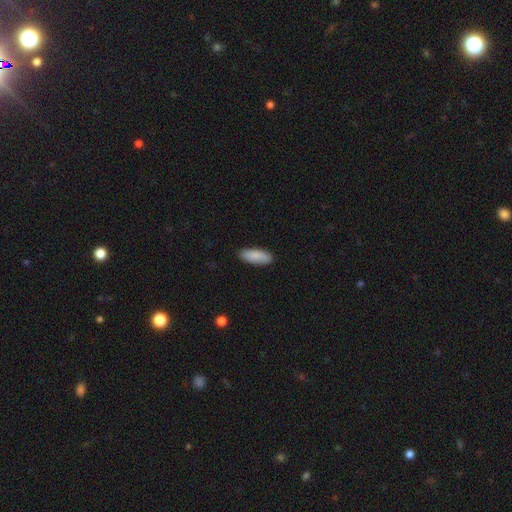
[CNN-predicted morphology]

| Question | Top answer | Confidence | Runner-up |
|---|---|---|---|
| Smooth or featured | smooth | 88% | featured or disk (7%) |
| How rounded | in between | 72% | cigar-shaped (26%) |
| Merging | none | 89% | minor disturbance (9%) |